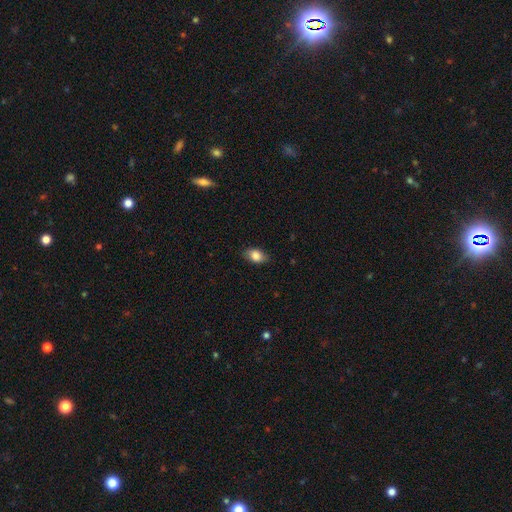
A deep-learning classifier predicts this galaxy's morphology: This appears to be a smooth galaxy with no disk features (83%) that is in between round and cigar-shaped (85%). Merging: none (81%).